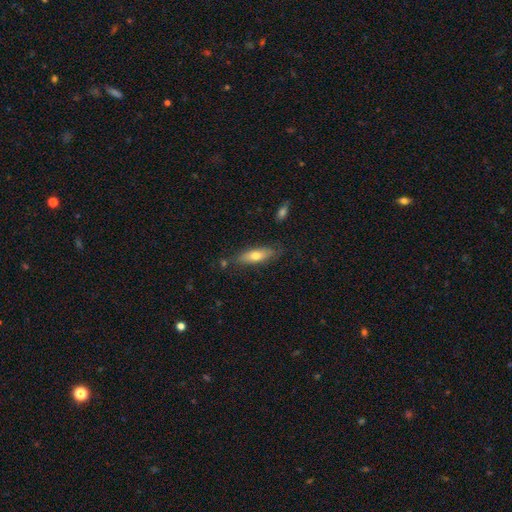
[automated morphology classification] Q: Smooth or featured?
A: smooth (65%); runner-up: featured or disk (29%)
Q: How rounded?
A: in between (52%); runner-up: cigar-shaped (46%)
Q: Merging?
A: none (76%); runner-up: minor disturbance (17%)